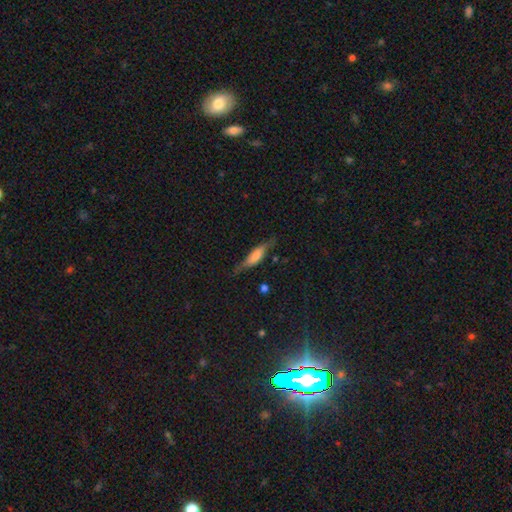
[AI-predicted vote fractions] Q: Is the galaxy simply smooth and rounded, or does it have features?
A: smooth — 54%.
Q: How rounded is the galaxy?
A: cigar-shaped — 60%.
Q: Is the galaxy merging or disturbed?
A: none — 64%.